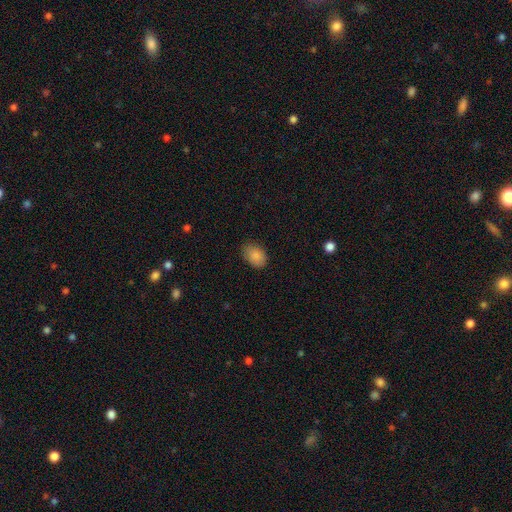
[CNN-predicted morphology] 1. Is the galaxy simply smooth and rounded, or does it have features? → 87% smooth, 8% star or artifact, 5% featured or disk.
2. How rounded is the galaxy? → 82% in between, 17% round, 1% cigar-shaped.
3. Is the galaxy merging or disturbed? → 81% none, 15% minor disturbance, 3% major disturbance, 1% merger.